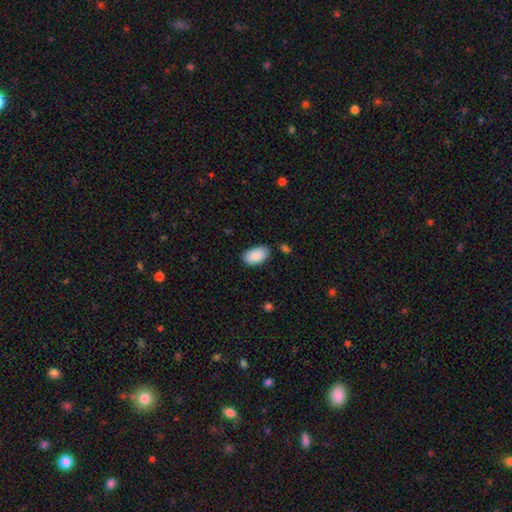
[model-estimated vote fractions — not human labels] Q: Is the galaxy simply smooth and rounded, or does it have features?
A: smooth — 89%.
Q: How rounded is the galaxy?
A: in between — 94%.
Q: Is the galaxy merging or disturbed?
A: none — 76%.